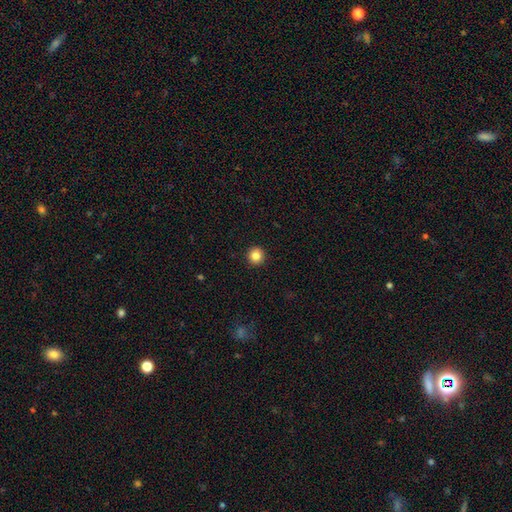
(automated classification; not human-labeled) Overall: smooth (84%). How rounded: round (95%). Merging: none (93%).